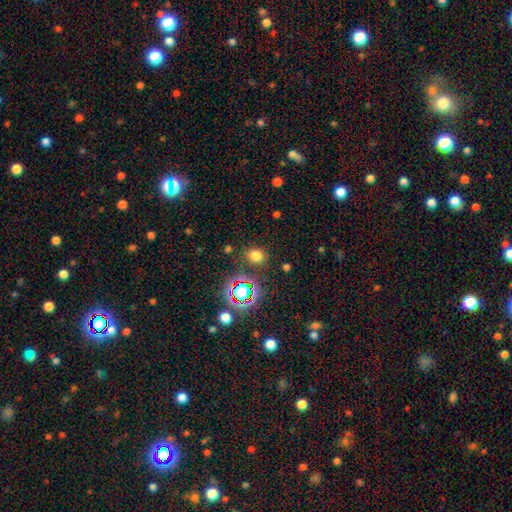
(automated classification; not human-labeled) This is likely a smooth galaxy (72%). How rounded: likely round (70%). Merging: clearly none (83%).